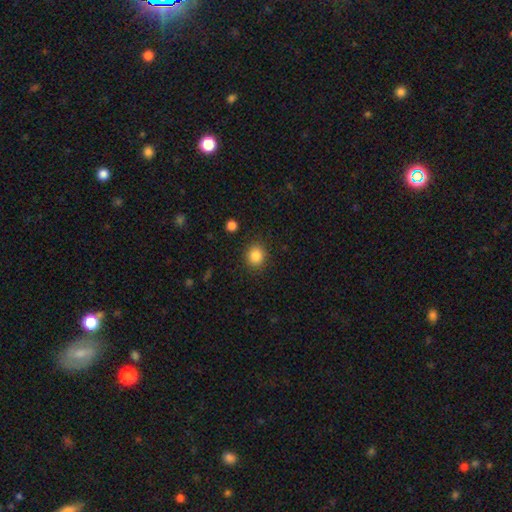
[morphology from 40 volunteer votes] A smooth galaxy with no disk features (88%) that is round (80%).

Vote fractions:
- Smooth or featured? smooth: 88% / star or artifact: 8% / featured or disk: 5%
- How rounded? round: 80% / in between: 20% / cigar-shaped: 0%
- Merging? none: 86% / minor disturbance: 11% / major disturbance: 3% / merger: 0%